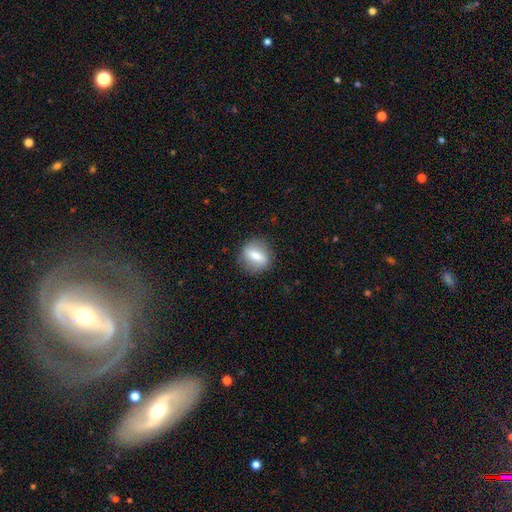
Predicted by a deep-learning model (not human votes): smooth-or-featured: smooth: 66% | featured or disk: 26% | star or artifact: 8%
  how-rounded: round: 53% | in between: 40% | cigar-shaped: 7%
  merging: none: 85% | minor disturbance: 11% | major disturbance: 4% | merger: 1%